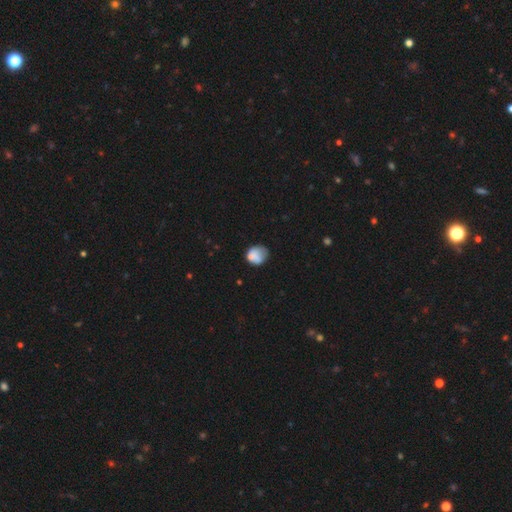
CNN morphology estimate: smooth-or-featured: smooth: 75% | featured or disk: 16% | star or artifact: 9%
  how-rounded: round: 68% | in between: 31% | cigar-shaped: 1%
  merging: none: 49% | minor disturbance: 30% | major disturbance: 13% | merger: 7%